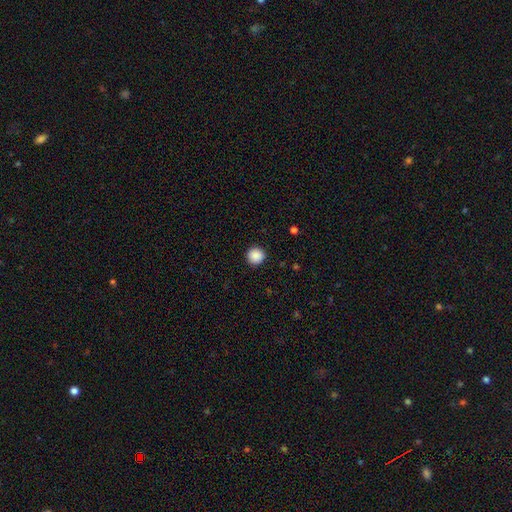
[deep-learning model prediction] This is clearly a smooth galaxy (89%). How rounded: clearly round (95%). Merging: clearly none (92%).